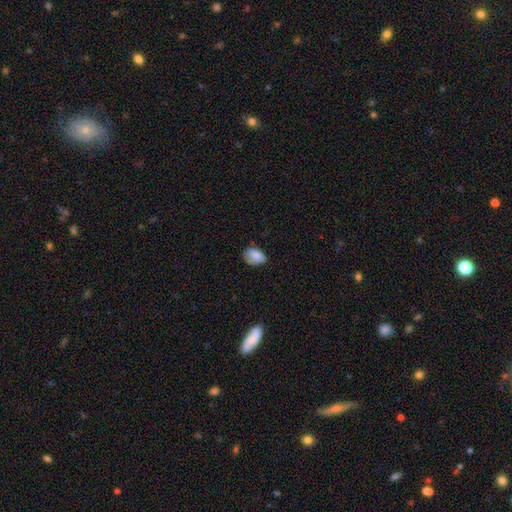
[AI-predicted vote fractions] This is clearly a smooth galaxy (84%). How rounded: clearly in between (86%). Merging: likely none (61%).